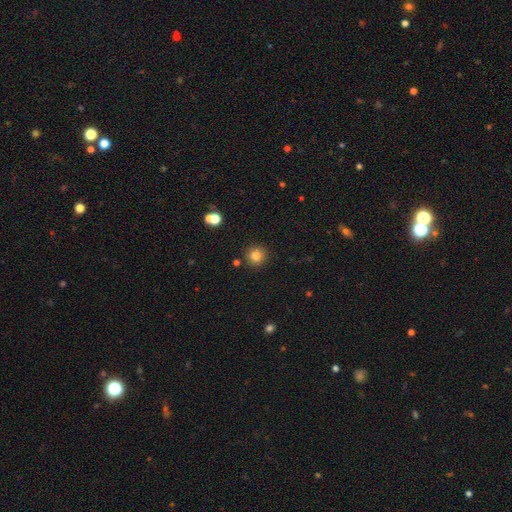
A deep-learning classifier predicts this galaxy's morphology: This appears to be a smooth galaxy with no disk features (81%) that is round (95%). Merging: none (89%).